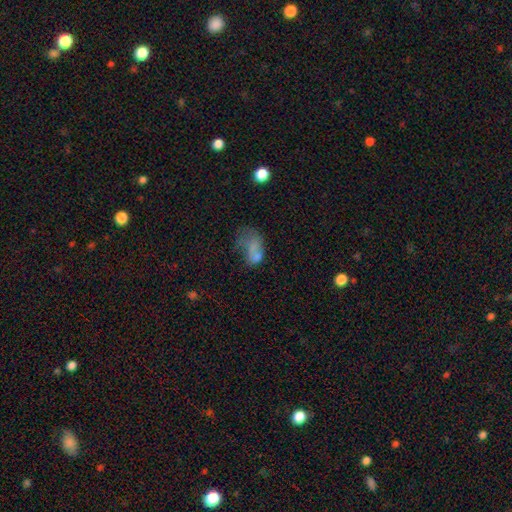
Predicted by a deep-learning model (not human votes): Overall: smooth (62%; featured or disk 25%). How rounded: in between (85%). Merging: major disturbance (42%; merger 23%).